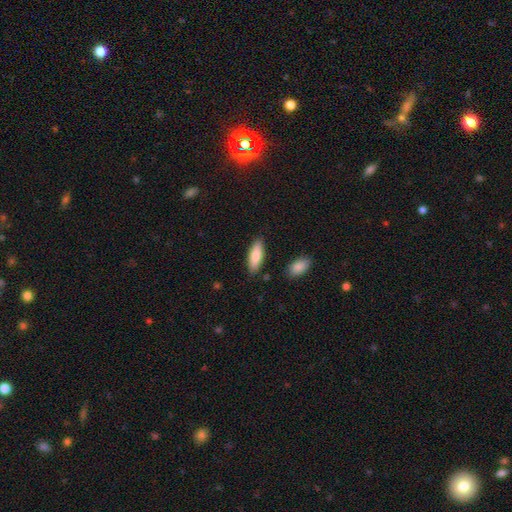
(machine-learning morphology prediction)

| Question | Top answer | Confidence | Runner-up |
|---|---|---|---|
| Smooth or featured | smooth | 84% | featured or disk (11%) |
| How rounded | in between | 62% | cigar-shaped (36%) |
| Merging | none | 85% | minor disturbance (10%) |